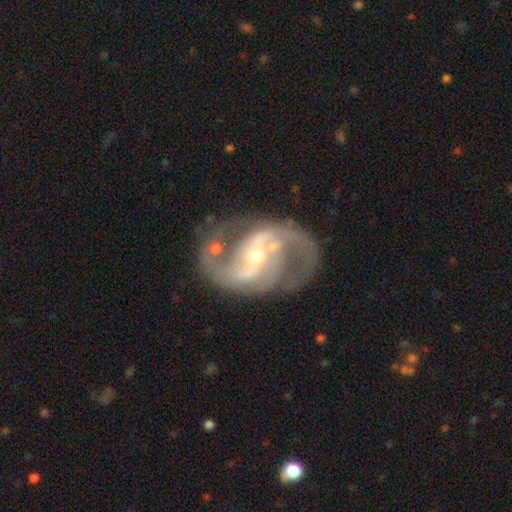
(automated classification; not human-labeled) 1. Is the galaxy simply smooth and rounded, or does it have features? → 92% featured or disk, 5% star or artifact, 3% smooth.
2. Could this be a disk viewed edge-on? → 97% no, 3% yes.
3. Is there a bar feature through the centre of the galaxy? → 42% strong, 37% weak, 21% no.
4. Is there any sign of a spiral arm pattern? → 98% yes, 2% no.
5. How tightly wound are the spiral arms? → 58% medium, 28% loose, 14% tight.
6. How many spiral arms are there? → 91% 2, 3% 3, 2% can't tell, 1% 1, 1% 4, 1% more than 4.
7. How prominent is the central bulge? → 53% small, 43% moderate, 2% large, 1% none, 1% dominant.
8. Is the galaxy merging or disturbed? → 73% none, 15% minor disturbance, 8% major disturbance, 4% merger.